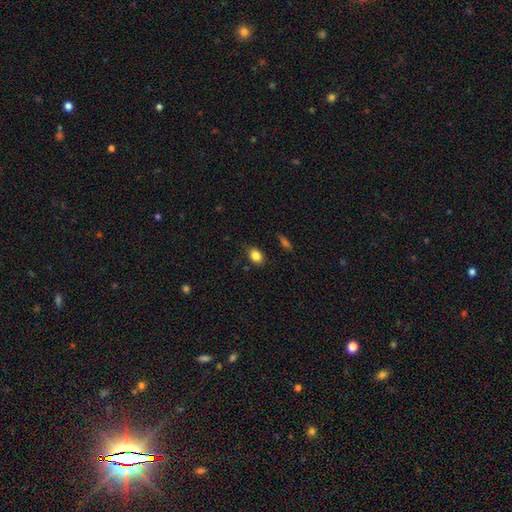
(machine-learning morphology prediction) The model was most divided on "how rounded": in between: 72%, round: 27%, cigar-shaped: 2%. More confident: smooth or featured — smooth (84%); merging — none (81%).